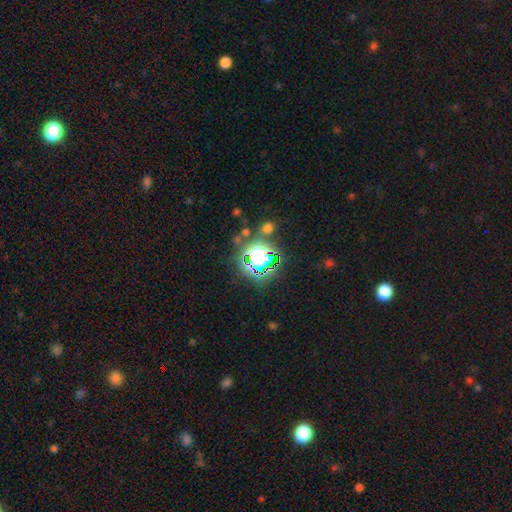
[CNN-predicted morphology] Overall: star or artifact (61%; smooth 27%).